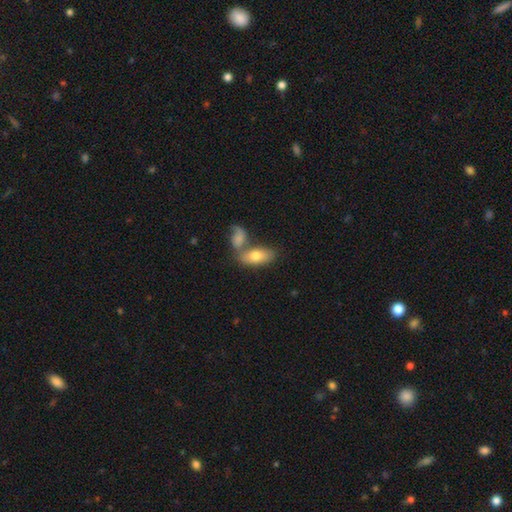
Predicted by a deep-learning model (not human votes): Smooth or featured? Predicted: smooth (p=0.71). How rounded? Predicted: in between (p=0.87). Merging? Predicted: none (p=0.43).